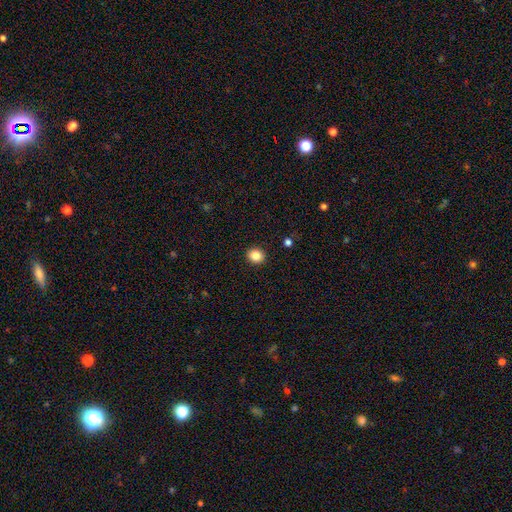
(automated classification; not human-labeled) This appears to be a smooth galaxy with no disk features (85%) that is round (80%). Merging: none (93%).